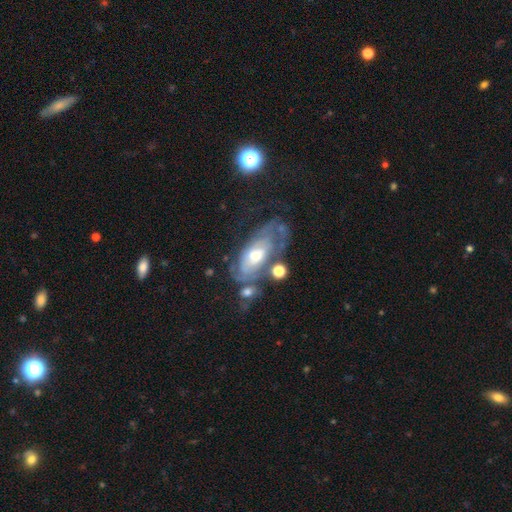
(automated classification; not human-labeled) smooth_or_featured: featured or disk (p=0.75) [alt: smooth p=0.18]
disk_edge_on: no (p=0.90) [alt: yes p=0.10]
bar: no (p=0.69) [alt: weak p=0.25]
has_spiral_arms: yes (p=0.76) [alt: no p=0.24]
spiral_winding: tight (p=0.59) [alt: medium p=0.29]
spiral_arm_count: can't tell (p=0.58) [alt: 2 p=0.24]
bulge_size: moderate (p=0.60) [alt: small p=0.30]
merging: none (p=0.45) [alt: minor disturbance p=0.23]